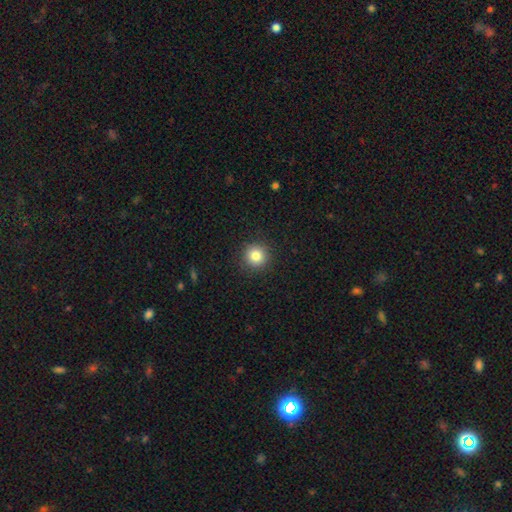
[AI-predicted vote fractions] A smooth galaxy with no disk features (83%) that is round (94%). Merging: none (91%).